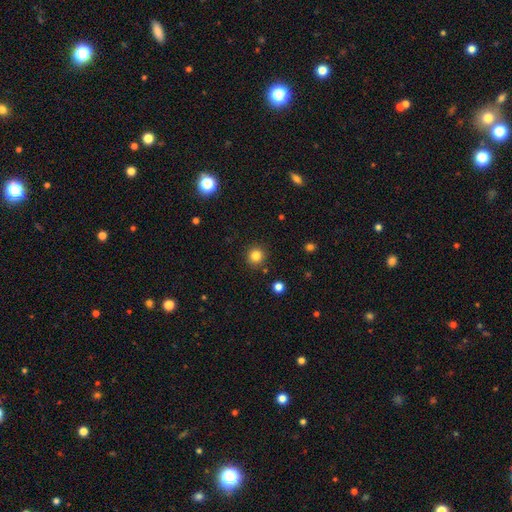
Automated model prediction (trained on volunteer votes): Smooth or featured? smooth (82%)
How rounded? round (94%)
Merging? none (89%)